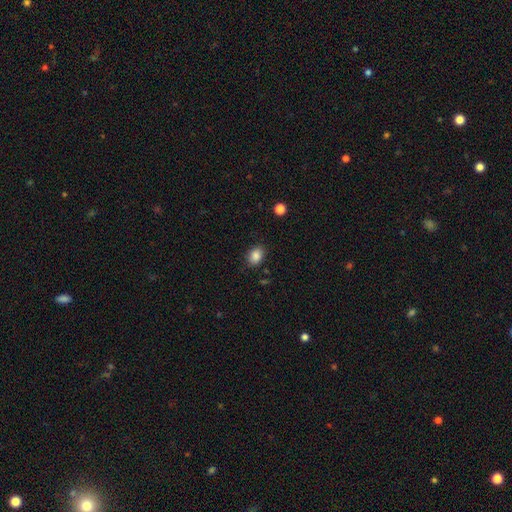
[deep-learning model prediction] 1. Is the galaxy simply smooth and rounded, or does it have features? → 86% smooth, 9% star or artifact, 4% featured or disk.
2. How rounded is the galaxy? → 69% in between, 30% round, 1% cigar-shaped.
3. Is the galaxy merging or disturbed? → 84% none, 12% minor disturbance, 3% major disturbance, 2% merger.